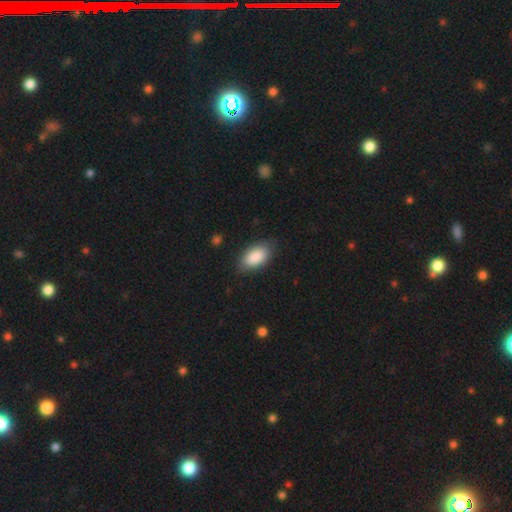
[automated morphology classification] Smooth or featured? smooth (88%)
How rounded? in between (94%)
Merging? none (82%)